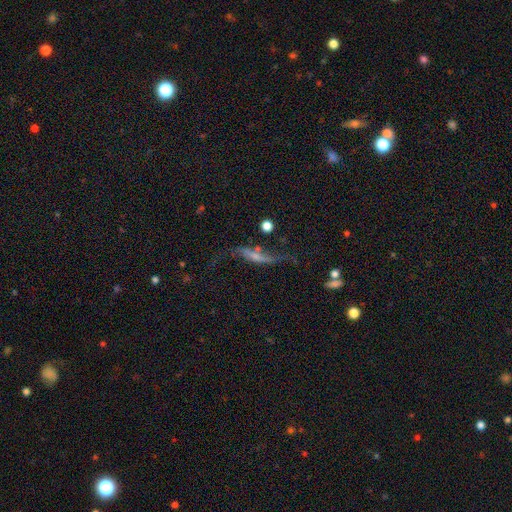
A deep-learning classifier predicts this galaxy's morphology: Q: Smooth or featured?
A: featured or disk (64%); runner-up: smooth (26%)
Q: Edge-on disk?
A: no (60%); runner-up: yes (40%)
Q: Merging?
A: none (44%); runner-up: major disturbance (23%)